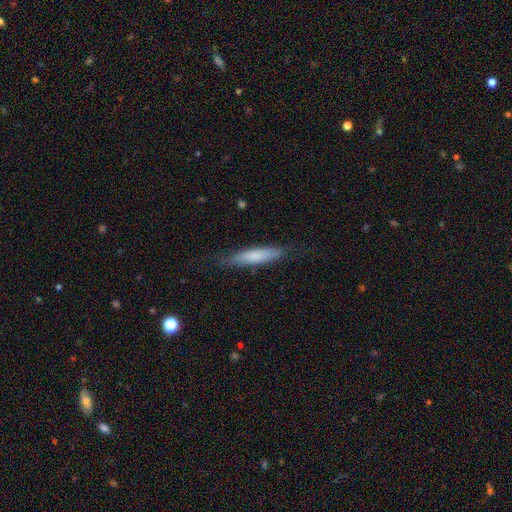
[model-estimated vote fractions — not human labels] Q: Smooth or featured?
A: smooth (69%); runner-up: featured or disk (25%)
Q: How rounded?
A: cigar-shaped (85%); runner-up: in between (14%)
Q: Merging?
A: none (78%); runner-up: minor disturbance (17%)